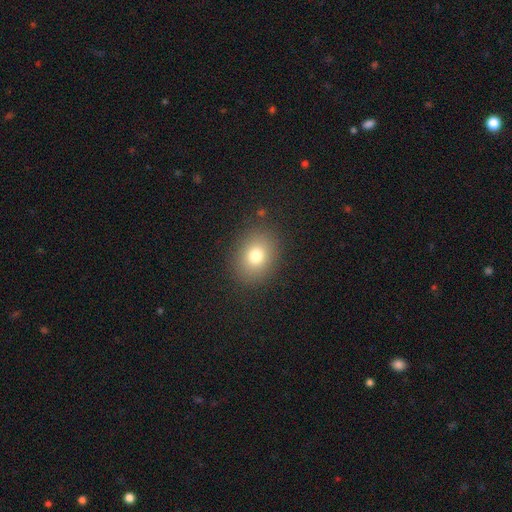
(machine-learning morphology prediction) smooth 76%, star or artifact 13%, featured or disk 11%. Down the decision tree: how rounded — round (53%); merging — none (87%).